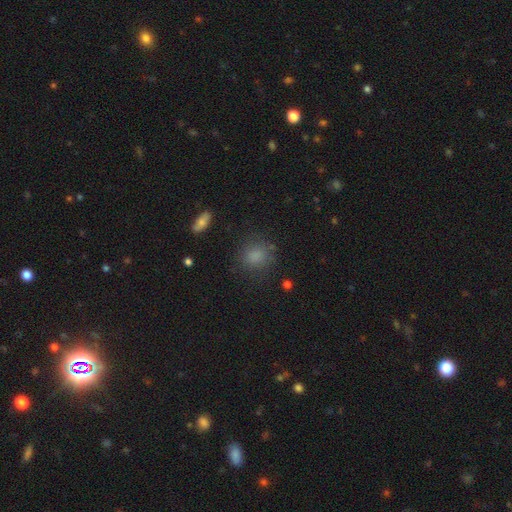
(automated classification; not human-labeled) Smooth or featured: smooth — 79% (star or artifact — 13%)
How rounded: round — 76% (in between — 22%)
Merging: none — 78% (minor disturbance — 14%)